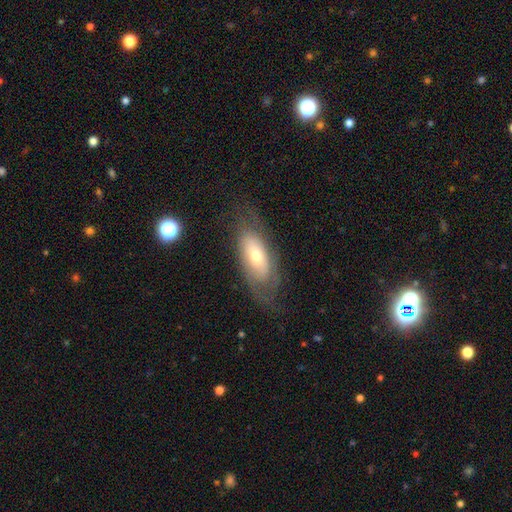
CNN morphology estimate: This is possibly a featured or disk galaxy (55%). It is clearly not viewed edge-on (81%). Merging: likely none (72%).